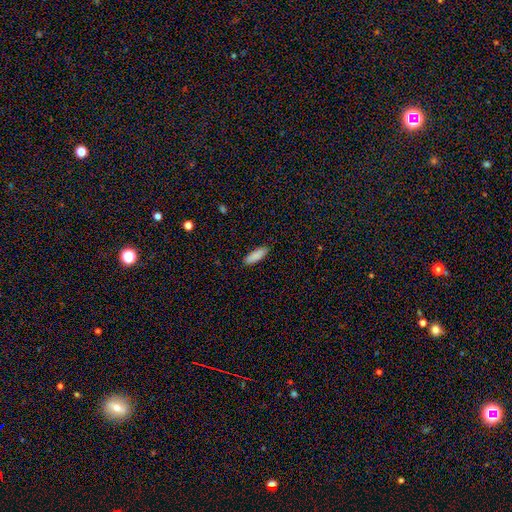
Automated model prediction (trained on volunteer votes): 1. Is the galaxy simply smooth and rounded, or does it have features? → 88% smooth, 6% star or artifact, 5% featured or disk.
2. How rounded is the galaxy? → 62% in between, 36% cigar-shaped, 2% round.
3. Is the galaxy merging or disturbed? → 86% none, 11% minor disturbance, 2% major disturbance, 1% merger.